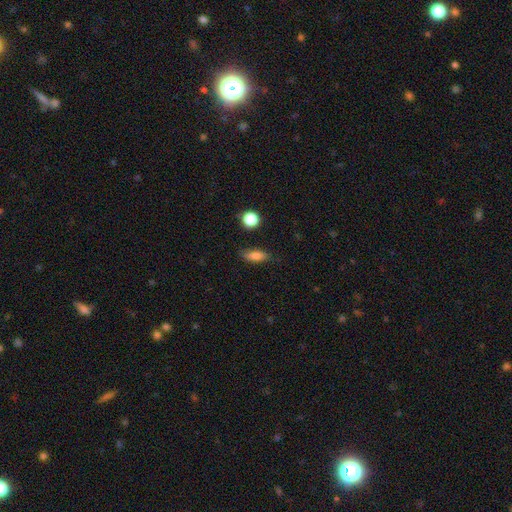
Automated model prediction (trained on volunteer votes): Overall: smooth (79%). How rounded: in between (64%; cigar-shaped 30%). Merging: none (81%).